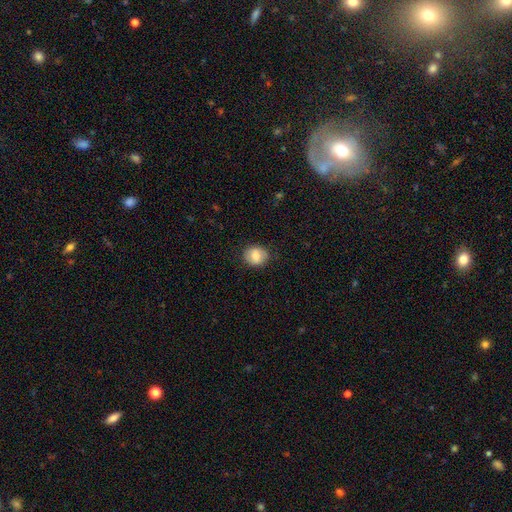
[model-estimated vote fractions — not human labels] Morphology: type=smooth (79%); roundness=round (70%); merging=none (84%).